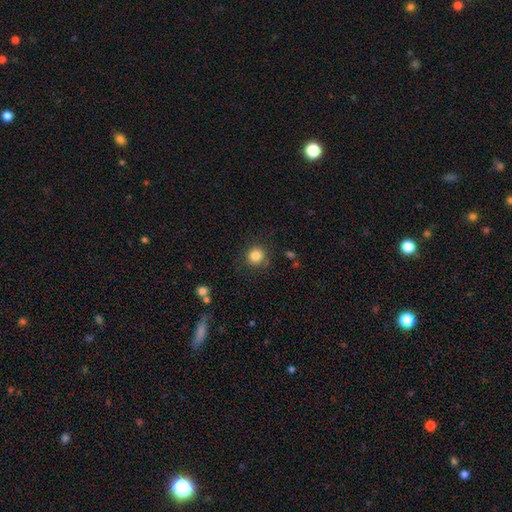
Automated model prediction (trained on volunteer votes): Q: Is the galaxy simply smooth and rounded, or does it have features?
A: smooth — 83%.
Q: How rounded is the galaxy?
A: round — 92%.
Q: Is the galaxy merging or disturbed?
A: none — 84%.